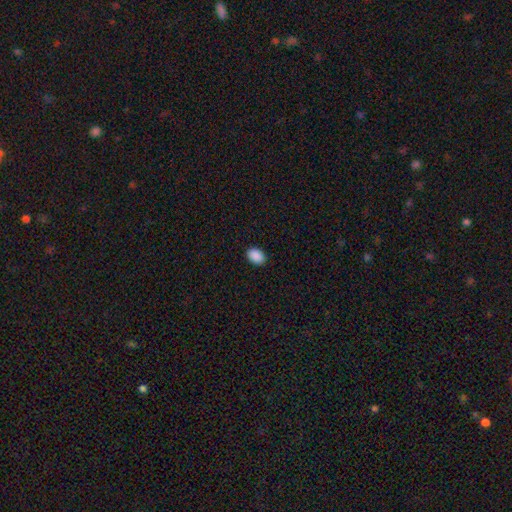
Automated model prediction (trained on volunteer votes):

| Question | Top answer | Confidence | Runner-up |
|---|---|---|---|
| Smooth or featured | smooth | 90% | star or artifact (8%) |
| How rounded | in between | 81% | round (18%) |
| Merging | none | 90% | minor disturbance (7%) |